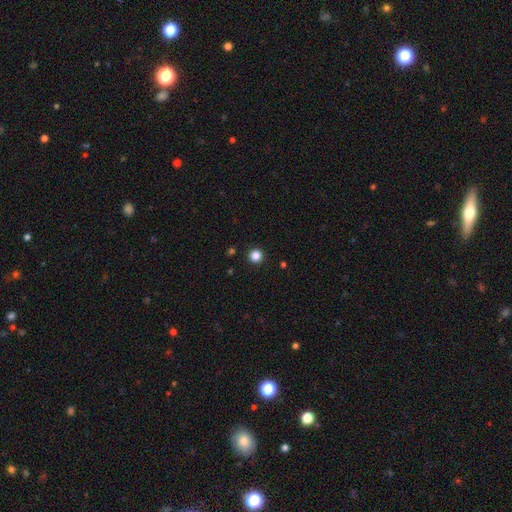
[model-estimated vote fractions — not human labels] Q: Smooth or featured?
A: smooth (85%); runner-up: star or artifact (12%)
Q: How rounded?
A: round (96%); runner-up: in between (3%)
Q: Merging?
A: none (94%); runner-up: minor disturbance (4%)